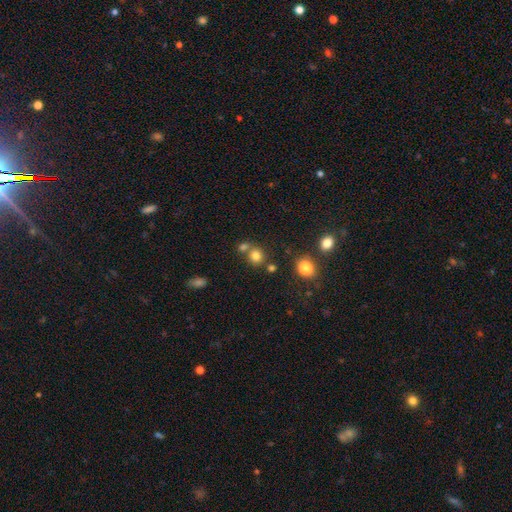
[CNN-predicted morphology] Smooth or featured: smooth — 79% (star or artifact — 14%)
How rounded: round — 85% (in between — 14%)
Merging: none — 63% (merger — 26%)